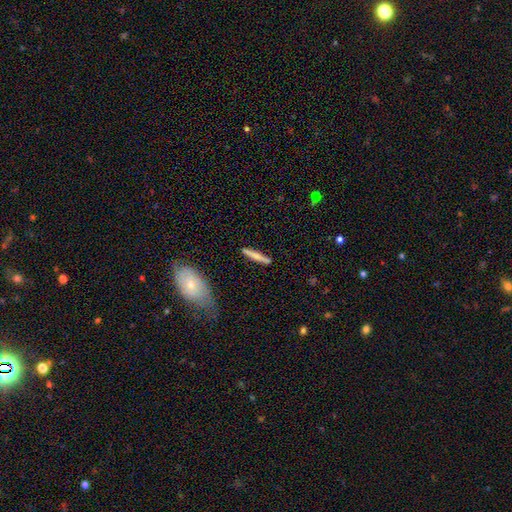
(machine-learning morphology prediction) smooth-or-featured: smooth: 62% | featured or disk: 32% | star or artifact: 6%
  how-rounded: cigar-shaped: 91% | in between: 7% | round: 2%
  merging: none: 82% | minor disturbance: 11% | merger: 4% | major disturbance: 3%